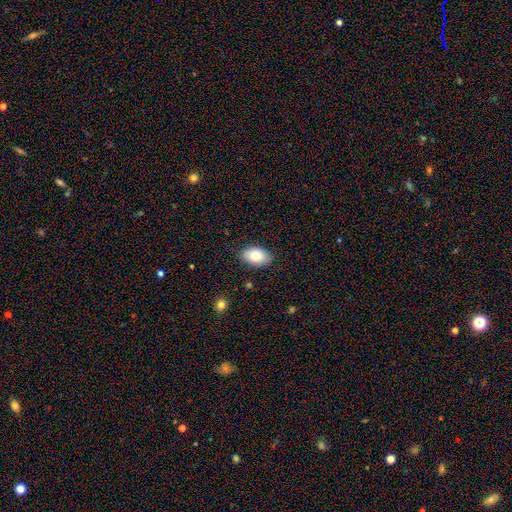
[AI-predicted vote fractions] Q: Smooth or featured?
A: smooth (84%); runner-up: featured or disk (9%)
Q: How rounded?
A: in between (92%); runner-up: round (7%)
Q: Merging?
A: none (84%); runner-up: minor disturbance (13%)